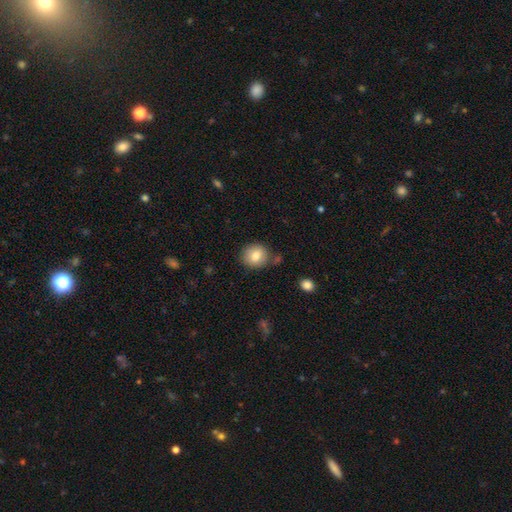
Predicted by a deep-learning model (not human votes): smooth_or_featured: smooth (p=0.81) [alt: featured or disk p=0.10]
how_rounded: round (p=0.83) [alt: in between p=0.16]
merging: none (p=0.78) [alt: minor disturbance p=0.12]